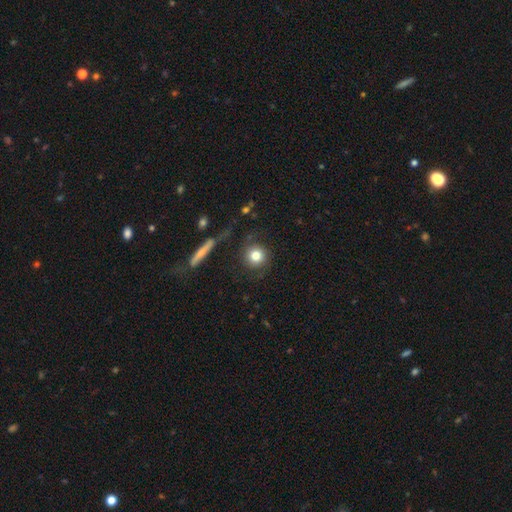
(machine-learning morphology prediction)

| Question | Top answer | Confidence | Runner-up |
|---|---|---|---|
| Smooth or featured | smooth | 79% | featured or disk (12%) |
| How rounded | round | 92% | in between (7%) |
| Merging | none | 80% | minor disturbance (11%) |